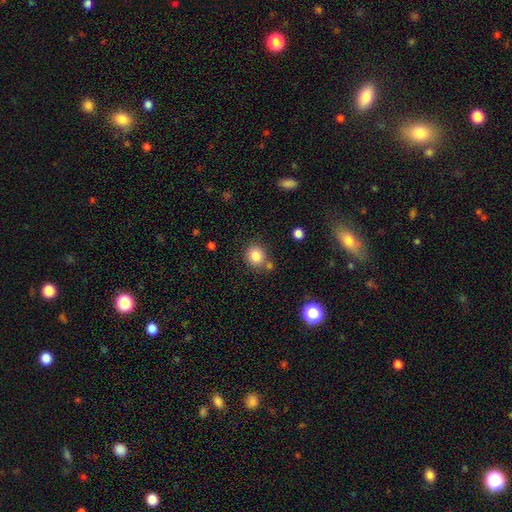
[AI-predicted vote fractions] Smooth or featured? smooth (84%)
How rounded? round (86%)
Merging? none (72%)